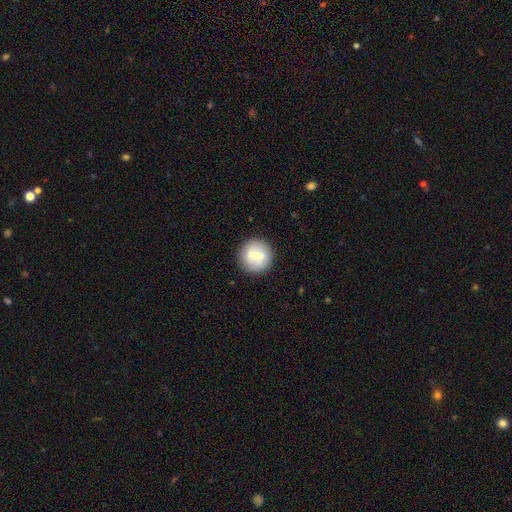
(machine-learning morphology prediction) Overall: smooth (65%; featured or disk 28%). How rounded: round (94%). Merging: none (88%).